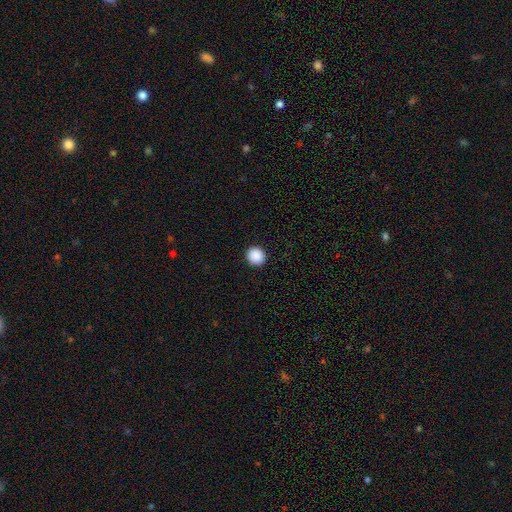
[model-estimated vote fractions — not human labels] Morphology: type=smooth (90%); roundness=round (87%); merging=none (93%).